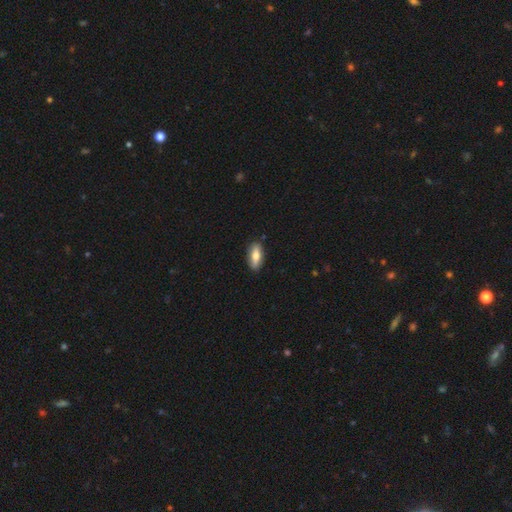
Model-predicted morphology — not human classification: smooth_or_featured: smooth (p=0.69) [alt: featured or disk p=0.25]
how_rounded: in between (p=0.76) [alt: cigar-shaped p=0.21]
merging: none (p=0.86) [alt: minor disturbance p=0.10]